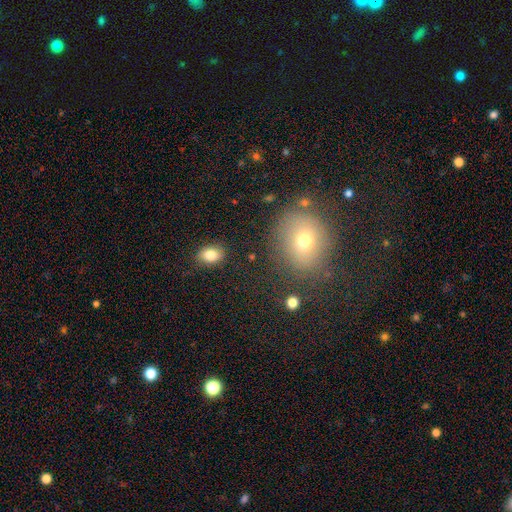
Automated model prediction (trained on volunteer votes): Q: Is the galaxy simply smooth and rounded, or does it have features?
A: smooth — 58%.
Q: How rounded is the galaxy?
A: round — 71%.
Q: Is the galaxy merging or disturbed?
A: none — 71%.